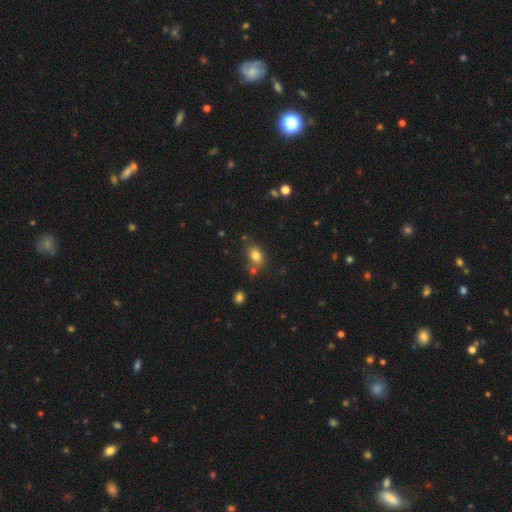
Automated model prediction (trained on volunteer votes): Smooth or featured? Predicted: smooth (p=0.79). How rounded? Predicted: in between (p=0.70). Merging? Predicted: none (p=0.62).